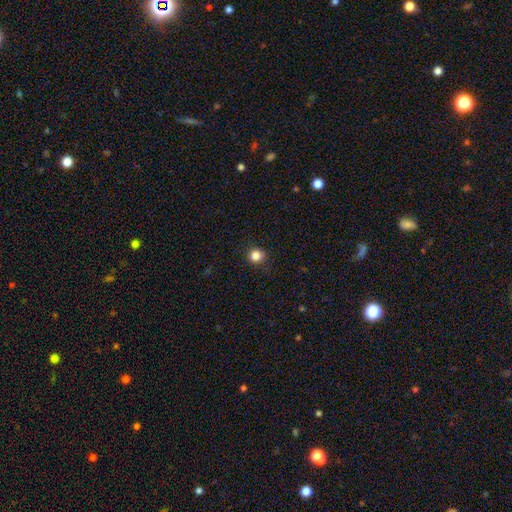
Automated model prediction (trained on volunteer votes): This is clearly a smooth galaxy (84%). How rounded: clearly round (91%). Merging: clearly none (90%).